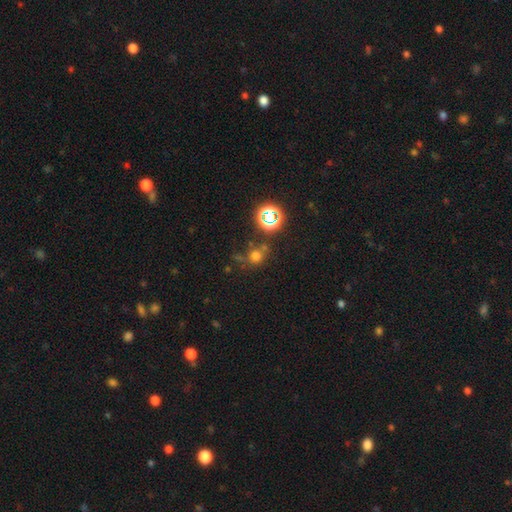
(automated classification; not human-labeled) Morphology: type=smooth (56%); roundness=round (84%); merging=none (64%).